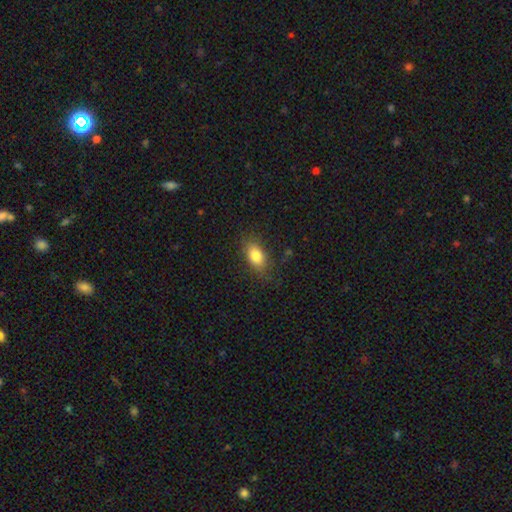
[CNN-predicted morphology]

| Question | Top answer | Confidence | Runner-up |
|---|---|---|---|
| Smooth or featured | smooth | 82% | featured or disk (9%) |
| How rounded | in between | 87% | round (9%) |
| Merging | none | 79% | minor disturbance (15%) |